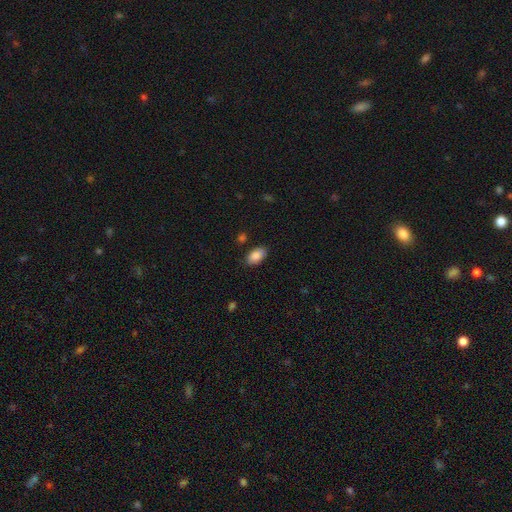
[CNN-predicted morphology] type=smooth (86%); roundness=in between (92%); merging=none (82%).